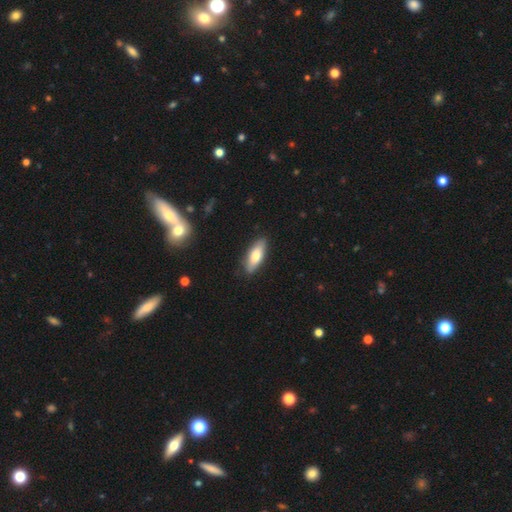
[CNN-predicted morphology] Overall: smooth (71%). How rounded: in between (68%; cigar-shaped 30%). Merging: none (87%).